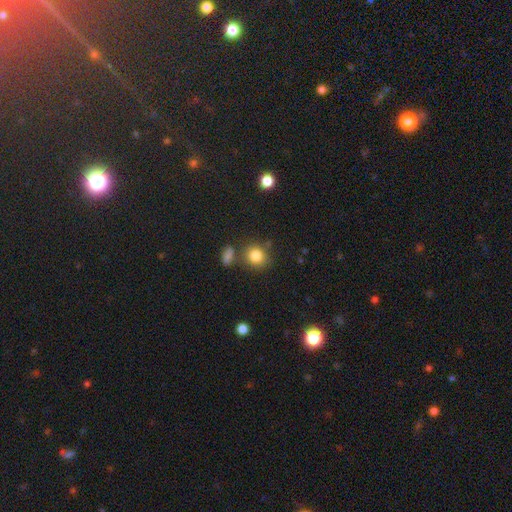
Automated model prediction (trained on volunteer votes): This appears to be a smooth galaxy with no disk features (82%) that is round (81%). Merging: none (73%).